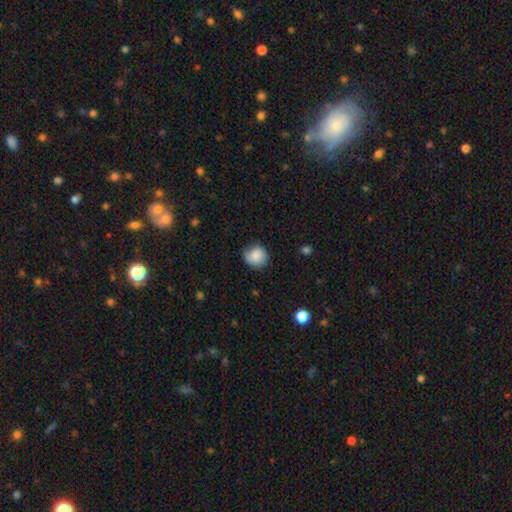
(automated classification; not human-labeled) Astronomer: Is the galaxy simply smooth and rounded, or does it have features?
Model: smooth — 83%.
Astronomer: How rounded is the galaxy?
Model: round — 86%.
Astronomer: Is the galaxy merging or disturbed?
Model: none — 69%.